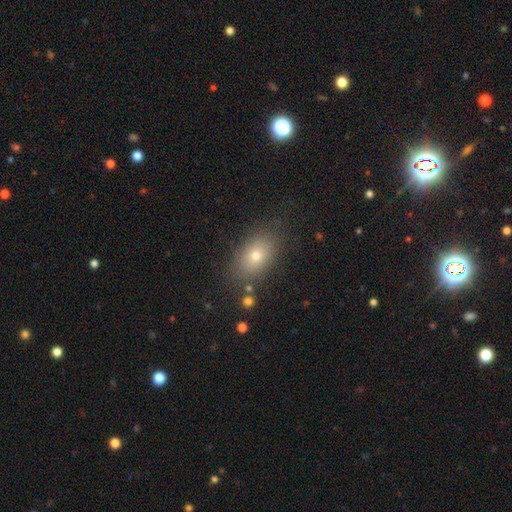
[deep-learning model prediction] This appears to be a smooth galaxy with no disk features (71%) that is in between round and cigar-shaped (79%). Merging: none (82%).